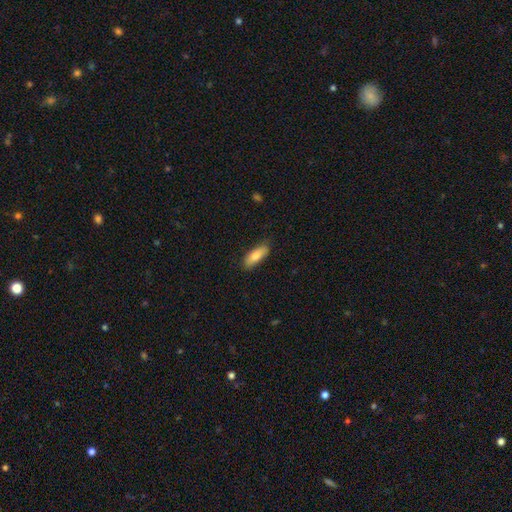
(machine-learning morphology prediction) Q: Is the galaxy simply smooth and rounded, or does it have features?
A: smooth — 81%.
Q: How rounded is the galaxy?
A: in between — 66%.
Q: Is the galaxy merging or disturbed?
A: none — 82%.